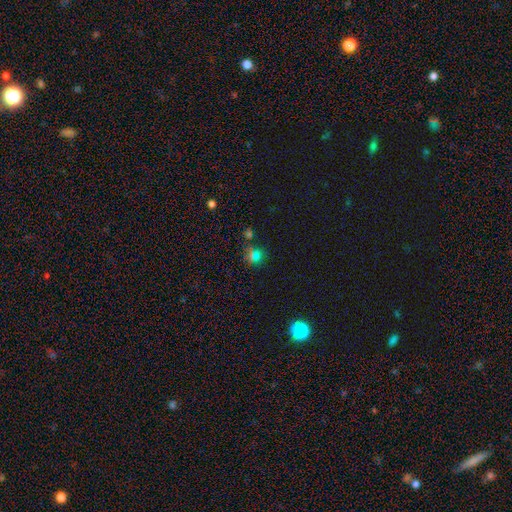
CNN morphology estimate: smooth-or-featured: smooth: 50% | star or artifact: 42% | featured or disk: 8%
  merging: none: 75% | minor disturbance: 11% | merger: 8% | major disturbance: 6%